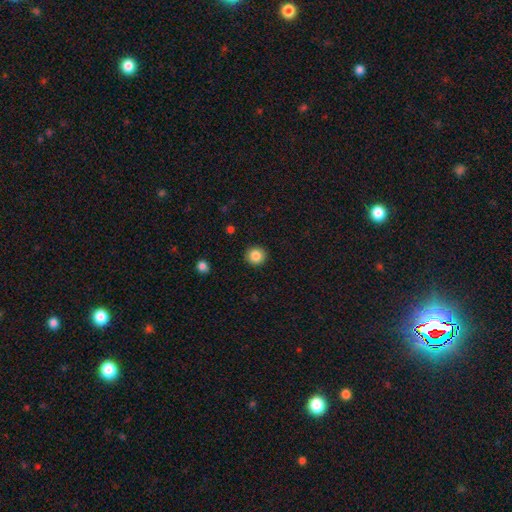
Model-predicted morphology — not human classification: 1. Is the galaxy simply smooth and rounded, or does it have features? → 86% smooth, 10% star or artifact, 5% featured or disk.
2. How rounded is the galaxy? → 92% round, 7% in between, 1% cigar-shaped.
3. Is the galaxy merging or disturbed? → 92% none, 5% minor disturbance, 2% major disturbance, 1% merger.